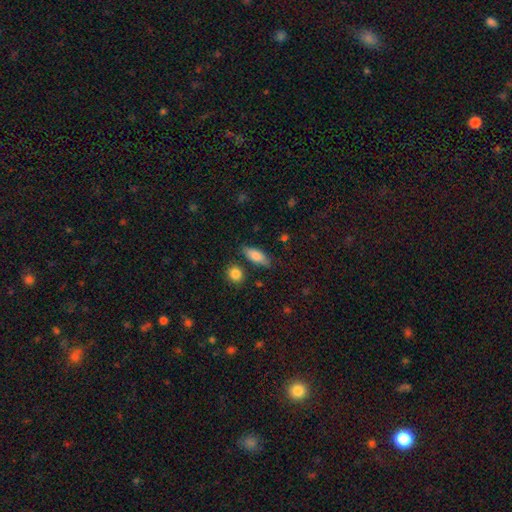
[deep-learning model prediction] smooth_or_featured: smooth (p=0.81) [alt: featured or disk p=0.13]
how_rounded: in between (p=0.74) [alt: cigar-shaped p=0.22]
merging: none (p=0.78) [alt: minor disturbance p=0.13]